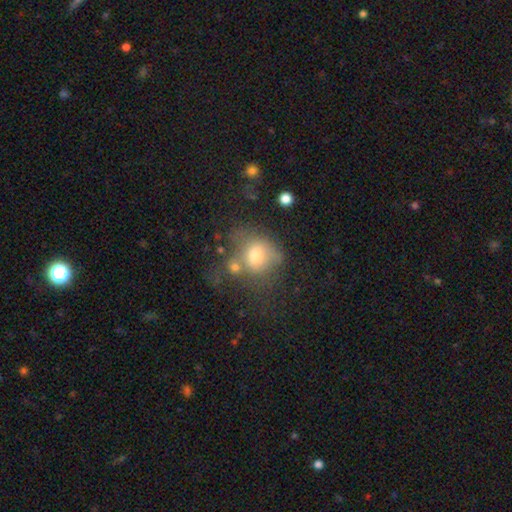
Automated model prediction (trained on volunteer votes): This is likely a smooth galaxy (68%). How rounded: likely round (68%). Merging: marginally none (35%).